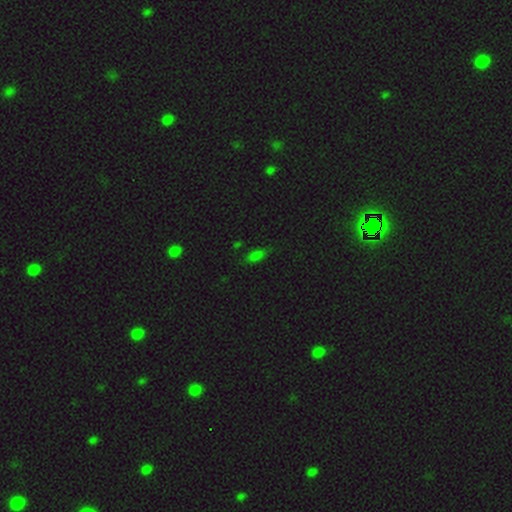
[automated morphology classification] Smooth or featured?
  - smooth: 73% *
  - star or artifact: 20%
  - featured or disk: 6%
How rounded?
  - in between: 80% *
  - cigar-shaped: 15%
  - round: 5%
Merging?
  - none: 74% *
  - minor disturbance: 19%
  - major disturbance: 4%
  - merger: 2%